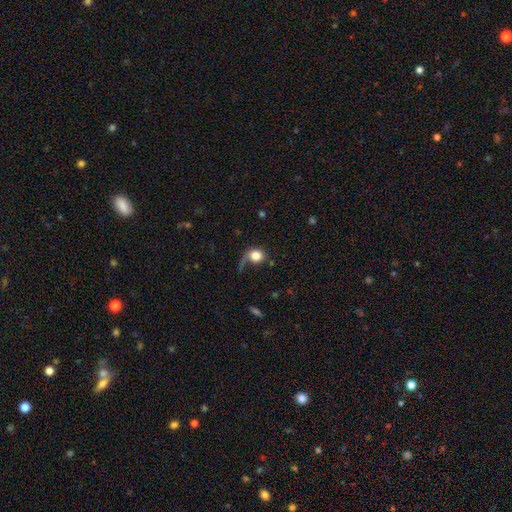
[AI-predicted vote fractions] Overall: smooth (74%). How rounded: round (77%). Merging: none (41%; major disturbance 32%).